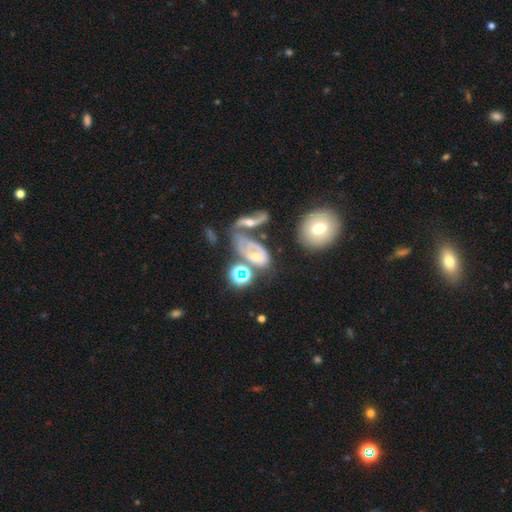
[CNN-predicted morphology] This appears to be a featured or disk galaxy (50%). Merging: merger (41%).